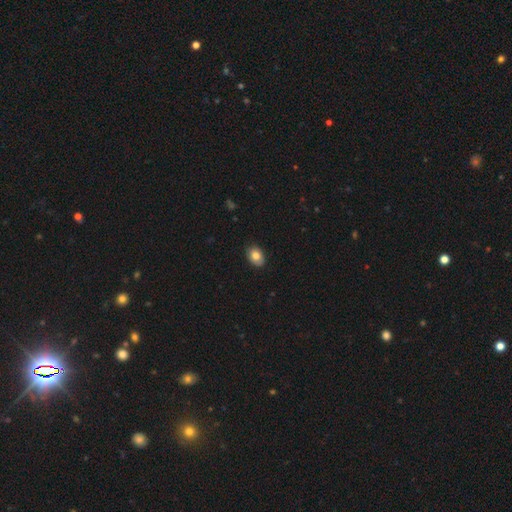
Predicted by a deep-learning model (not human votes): The model was most divided on "how rounded": in between: 76%, round: 23%, cigar-shaped: 1%. More confident: merging — none (87%); smooth or featured — smooth (81%).